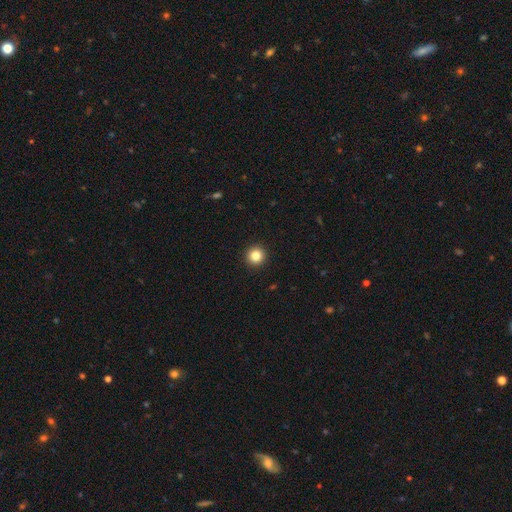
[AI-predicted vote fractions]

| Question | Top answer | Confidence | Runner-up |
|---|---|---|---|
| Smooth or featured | smooth | 84% | star or artifact (11%) |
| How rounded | round | 95% | in between (4%) |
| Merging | none | 94% | minor disturbance (4%) |